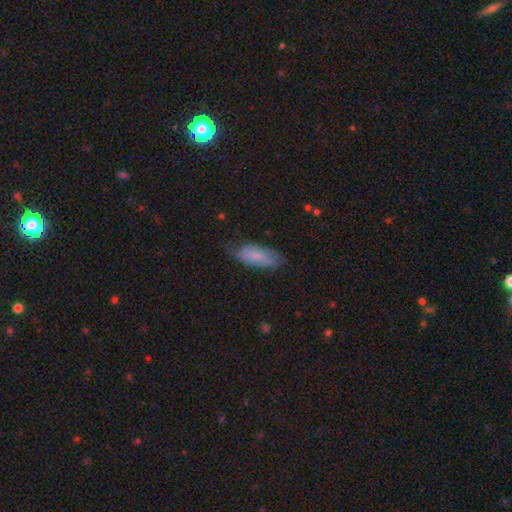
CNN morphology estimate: Q: Smooth or featured?
A: smooth (69%); runner-up: featured or disk (24%)
Q: How rounded?
A: in between (82%); runner-up: cigar-shaped (16%)
Q: Merging?
A: none (57%); runner-up: minor disturbance (31%)